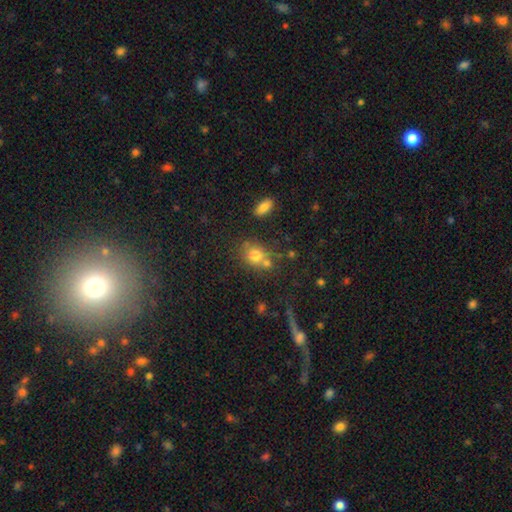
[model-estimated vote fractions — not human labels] smooth-or-featured: smooth: 74% | star or artifact: 14% | featured or disk: 12%
  how-rounded: round: 64% | in between: 35% | cigar-shaped: 1%
  merging: none: 52% | merger: 29% | minor disturbance: 14% | major disturbance: 5%